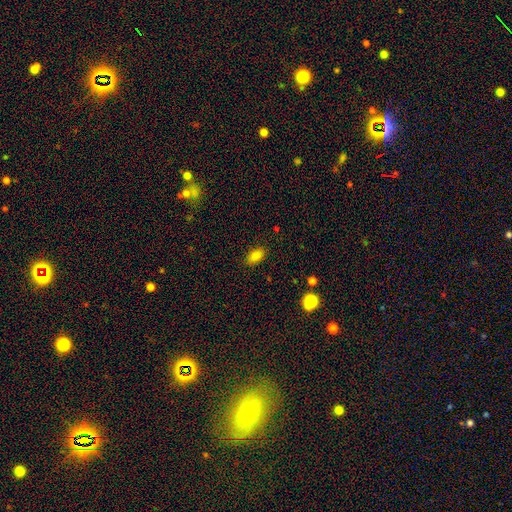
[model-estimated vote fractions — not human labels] Smooth or featured?
  - smooth: 83% *
  - star or artifact: 11%
  - featured or disk: 6%
How rounded?
  - in between: 89% *
  - round: 8%
  - cigar-shaped: 3%
Merging?
  - none: 86% *
  - minor disturbance: 10%
  - major disturbance: 3%
  - merger: 1%